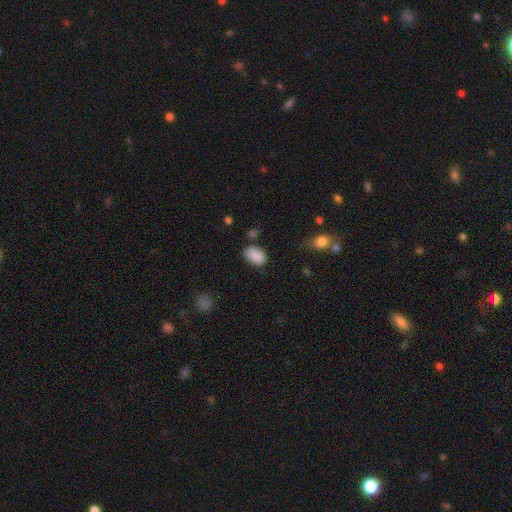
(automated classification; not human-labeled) Q: Smooth or featured?
A: smooth (88%); runner-up: star or artifact (8%)
Q: How rounded?
A: in between (88%); runner-up: round (11%)
Q: Merging?
A: none (69%); runner-up: minor disturbance (22%)